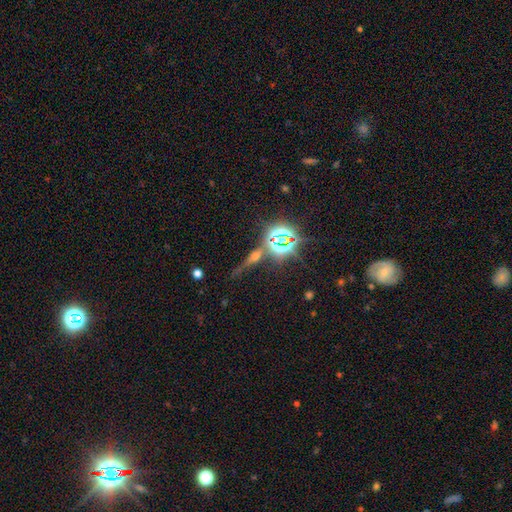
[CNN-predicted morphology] smooth_or_featured: star or artifact (p=0.52) [alt: featured or disk p=0.27]